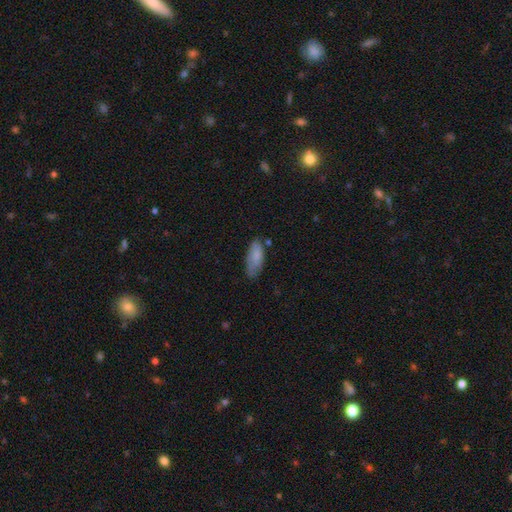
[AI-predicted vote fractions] The model was most divided on "merging": none: 62%, minor disturbance: 29%, major disturbance: 6%, merger: 3%. More confident: smooth or featured — smooth (81%); how rounded — in between (80%).